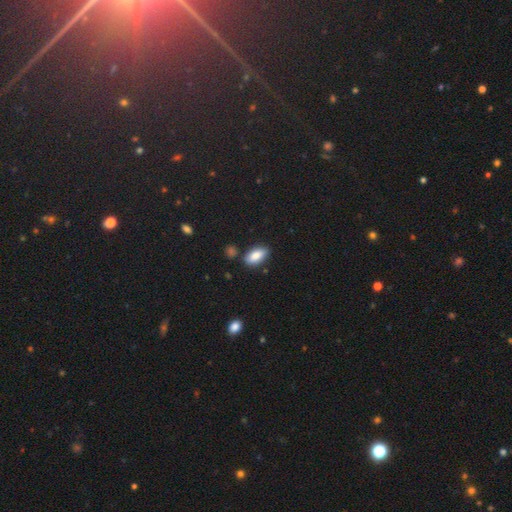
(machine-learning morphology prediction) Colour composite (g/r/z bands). It shows a smooth galaxy with no disk features (84%) that is in between round and cigar-shaped (89%). Merging: none (82%).